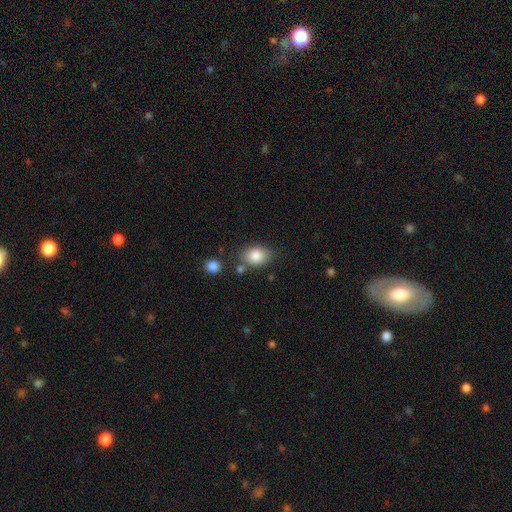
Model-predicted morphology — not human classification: This is clearly a smooth galaxy (84%). How rounded: likely in between (73%). Merging: likely none (71%).